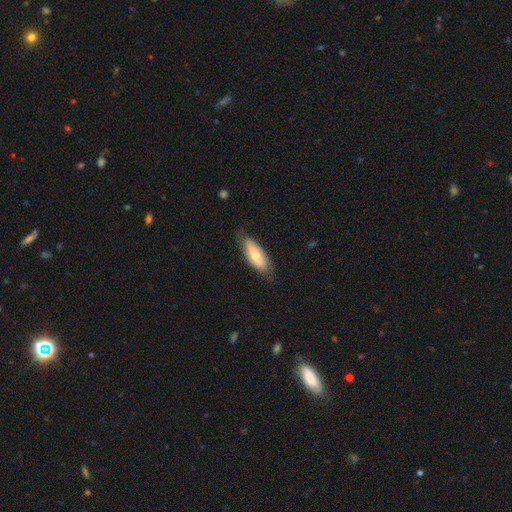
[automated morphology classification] Smooth or featured? smooth (64%)
How rounded? in between (74%)
Merging? none (74%)